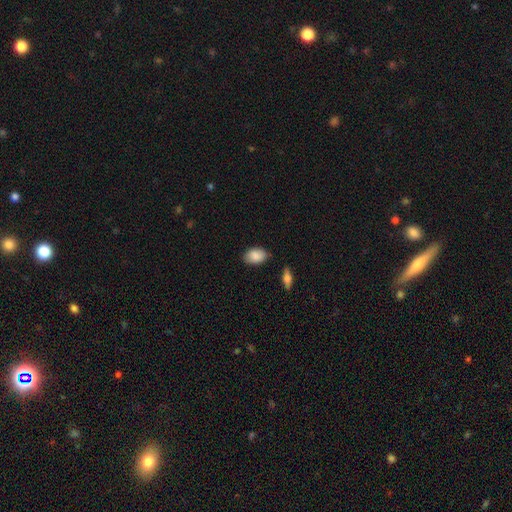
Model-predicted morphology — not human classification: Q: Smooth or featured?
A: smooth (88%); runner-up: star or artifact (6%)
Q: How rounded?
A: in between (87%); runner-up: round (11%)
Q: Merging?
A: none (80%); runner-up: minor disturbance (15%)